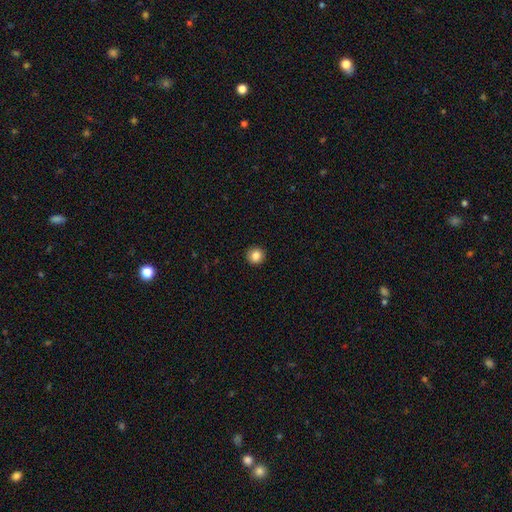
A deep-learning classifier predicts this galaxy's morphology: Smooth or featured?
  - smooth: 85% *
  - star or artifact: 10%
  - featured or disk: 5%
How rounded?
  - round: 95% *
  - in between: 4%
  - cigar-shaped: 1%
Merging?
  - none: 93% *
  - minor disturbance: 5%
  - major disturbance: 1%
  - merger: 1%